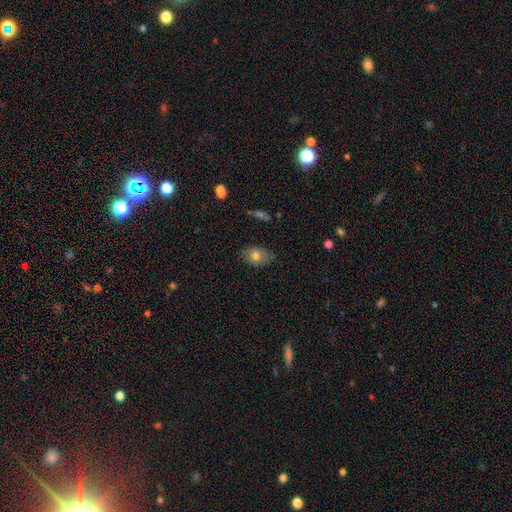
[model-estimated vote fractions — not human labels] Overall: smooth (76%). How rounded: in between (79%). Merging: none (76%).